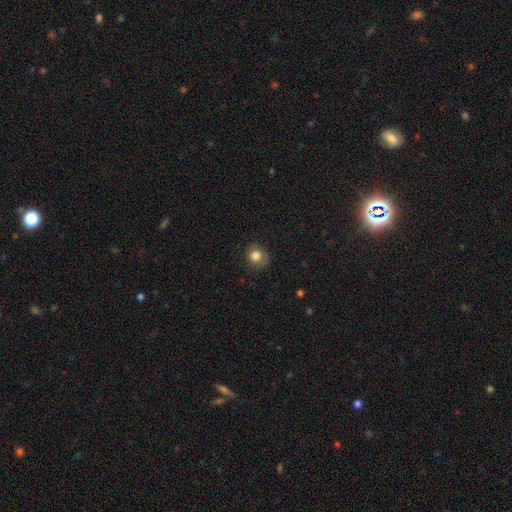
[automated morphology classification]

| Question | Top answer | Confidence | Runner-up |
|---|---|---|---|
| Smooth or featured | smooth | 82% | star or artifact (10%) |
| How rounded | round | 81% | in between (18%) |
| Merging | none | 74% | minor disturbance (20%) |